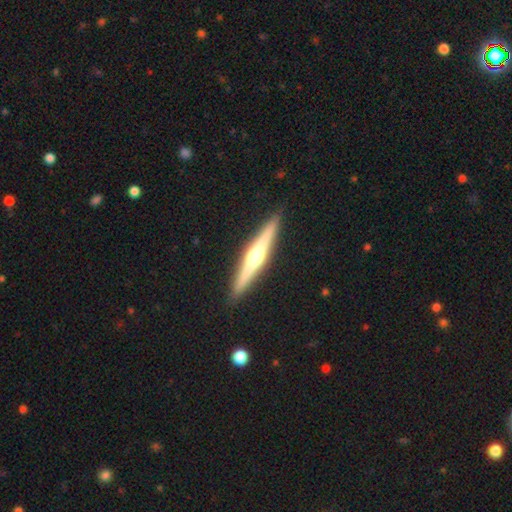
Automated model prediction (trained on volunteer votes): A featured or disk galaxy (74%) viewed edge-on (98%) with a rounded central bulge (91%).

Vote fractions:
- Smooth or featured? featured or disk: 74% / smooth: 21% / star or artifact: 5%
- Edge-on disk? yes: 98% / no: 2%
- Edge-on bulge? rounded: 91% / none: 4% / boxy: 4%
- Merging? none: 92% / minor disturbance: 6% / major disturbance: 1% / merger: 1%